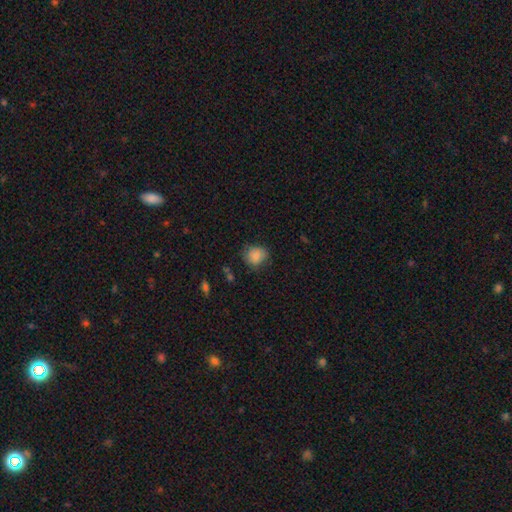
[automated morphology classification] smooth-or-featured: smooth: 82% | star or artifact: 9% | featured or disk: 9%
  how-rounded: round: 76% | in between: 23% | cigar-shaped: 1%
  merging: none: 74% | minor disturbance: 20% | major disturbance: 5% | merger: 1%